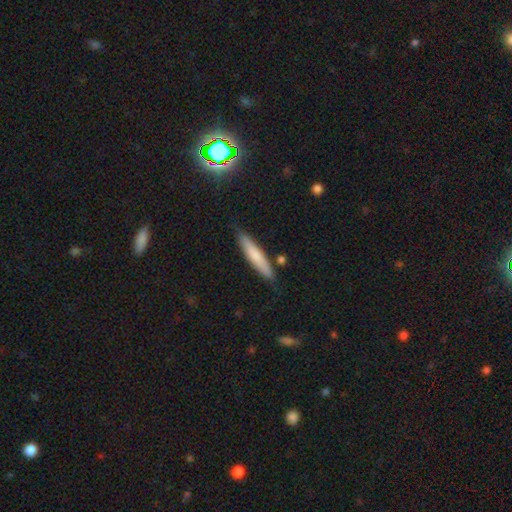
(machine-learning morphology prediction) Smooth or featured? smooth (70%)
How rounded? cigar-shaped (89%)
Merging? none (84%)